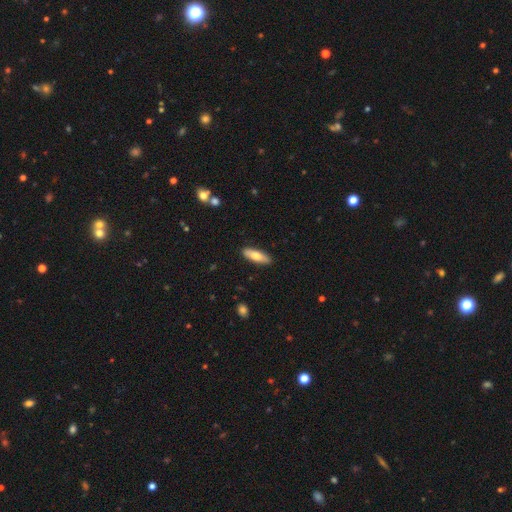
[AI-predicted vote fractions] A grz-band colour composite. It shows a smooth galaxy with no disk features (72%) that is in between round and cigar-shaped (51%). Merging: none (89%).